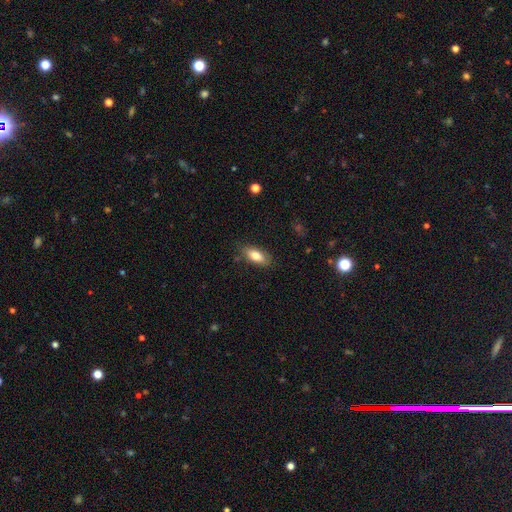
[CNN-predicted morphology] type=smooth (79%); roundness=in between (85%); merging=none (80%).